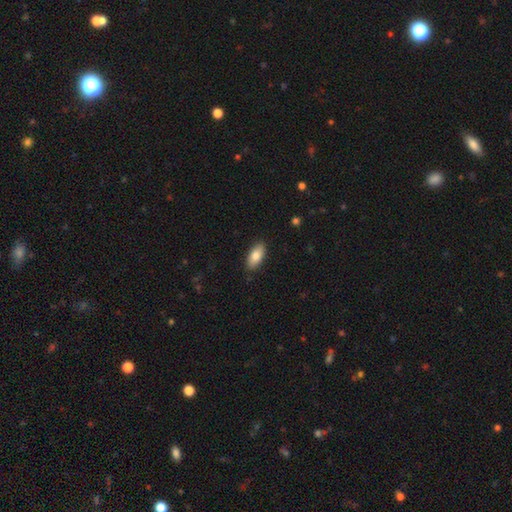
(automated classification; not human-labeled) Smooth or featured?
  - smooth: 83% *
  - featured or disk: 11%
  - star or artifact: 6%
How rounded?
  - in between: 90% *
  - cigar-shaped: 8%
  - round: 2%
Merging?
  - none: 88% *
  - minor disturbance: 9%
  - major disturbance: 2%
  - merger: 1%